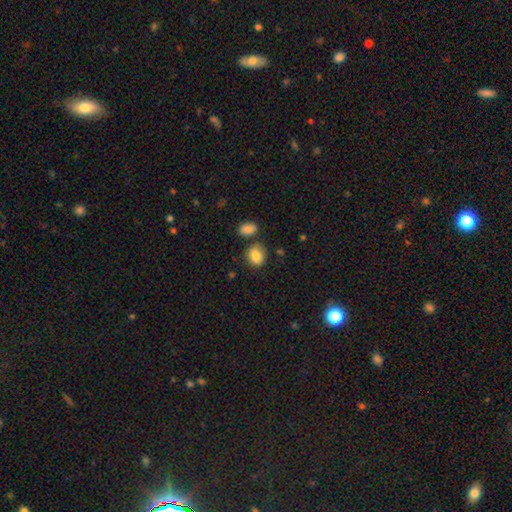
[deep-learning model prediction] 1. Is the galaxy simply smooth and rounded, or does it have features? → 86% smooth, 8% star or artifact, 6% featured or disk.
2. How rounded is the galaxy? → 55% in between, 44% round, 1% cigar-shaped.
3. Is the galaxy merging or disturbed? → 70% none, 15% minor disturbance, 11% merger, 4% major disturbance.